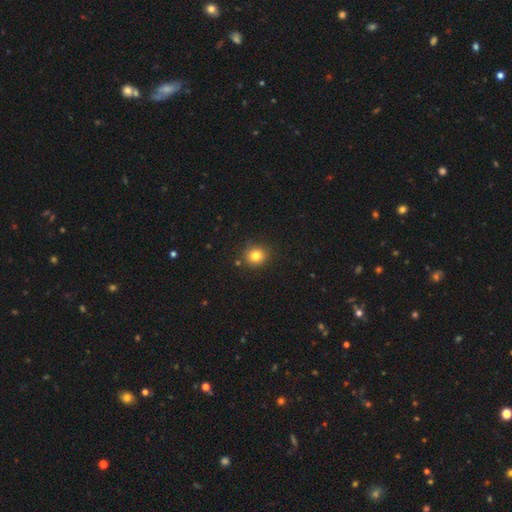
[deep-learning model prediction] smooth 82%, star or artifact 12%, featured or disk 6%. Down the decision tree: how rounded — round (84%); merging — none (86%).